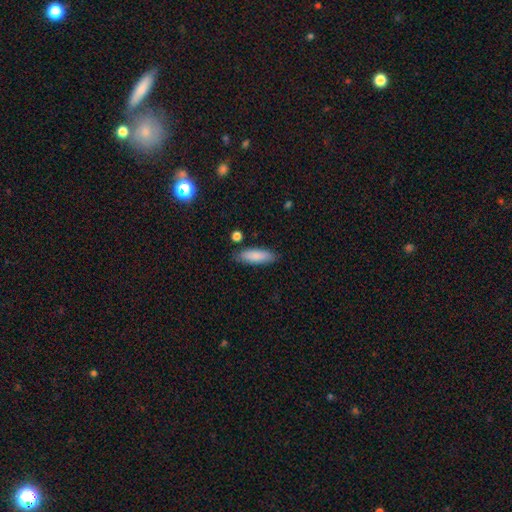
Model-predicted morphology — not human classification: This is clearly a smooth galaxy (85%). How rounded: possibly in between (52%). Merging: clearly none (83%).